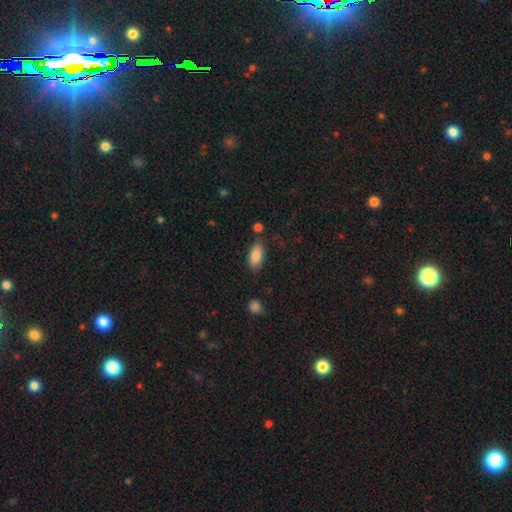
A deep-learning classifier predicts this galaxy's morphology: Overall: smooth (84%). How rounded: in between (87%). Merging: none (75%).